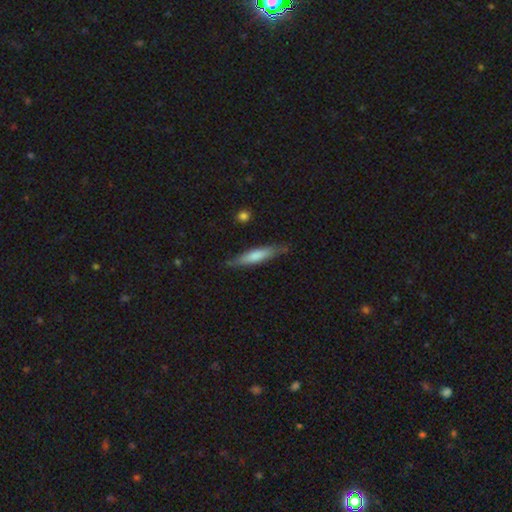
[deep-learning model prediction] Overall: smooth (66%; featured or disk 29%). How rounded: cigar-shaped (84%). Merging: none (78%).